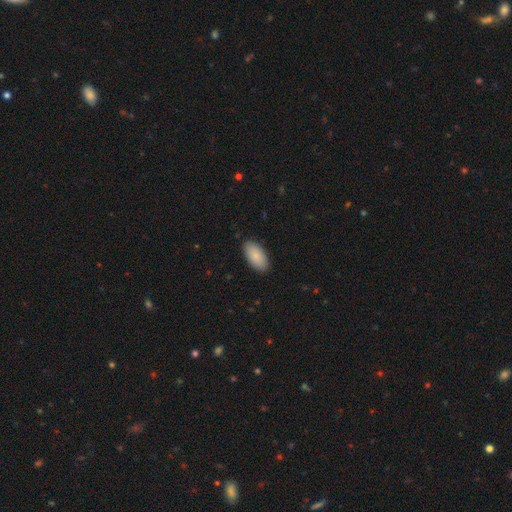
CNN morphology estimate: Overall: smooth (87%). How rounded: in between (95%). Merging: none (88%).